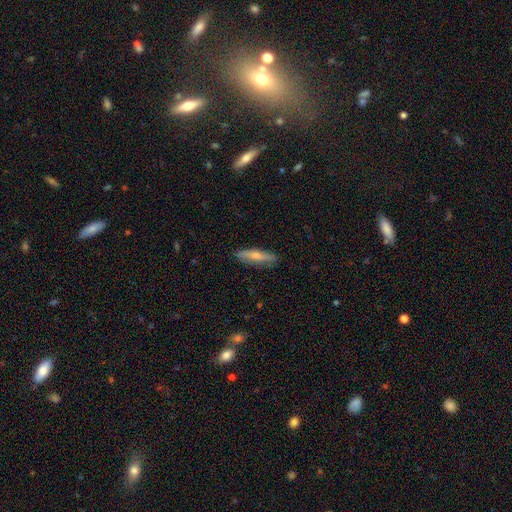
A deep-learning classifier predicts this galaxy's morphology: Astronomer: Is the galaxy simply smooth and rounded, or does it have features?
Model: smooth — 61%.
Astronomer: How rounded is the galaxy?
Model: cigar-shaped — 76%.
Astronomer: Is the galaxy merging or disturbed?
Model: none — 85%.